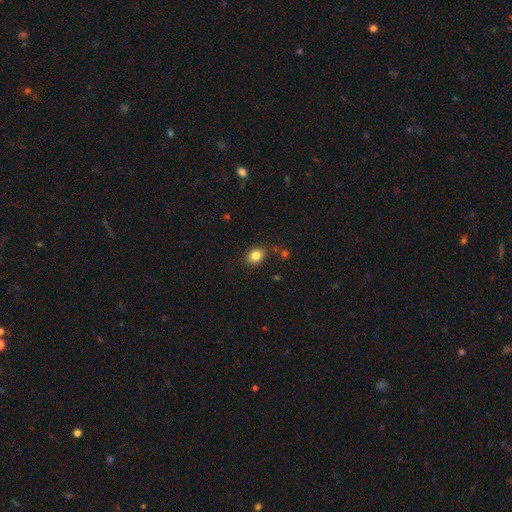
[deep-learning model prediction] smooth-or-featured: smooth: 84% | star or artifact: 10% | featured or disk: 6%
  how-rounded: round: 57% | in between: 42% | cigar-shaped: 1%
  merging: none: 83% | minor disturbance: 11% | major disturbance: 3% | merger: 3%